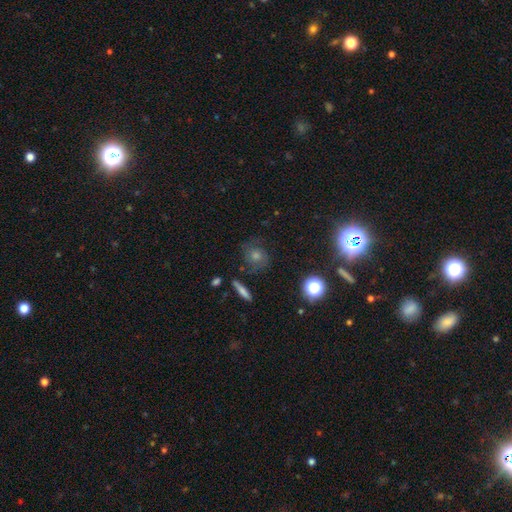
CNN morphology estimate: A featured or disk galaxy (42%).

Vote fractions:
- Smooth or featured? featured or disk: 42% / star or artifact: 29% / smooth: 29%
- Merging? none: 76% / minor disturbance: 15% / major disturbance: 7% / merger: 3%